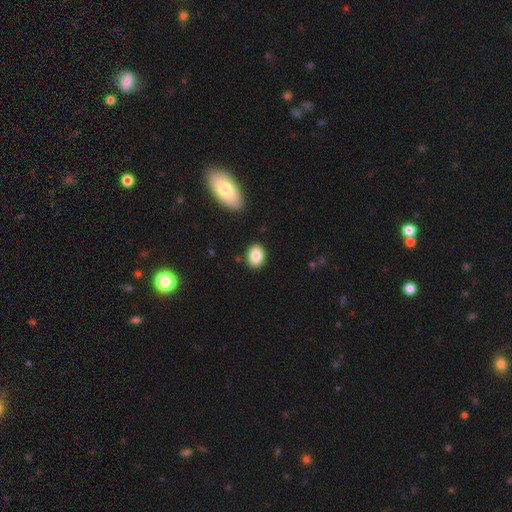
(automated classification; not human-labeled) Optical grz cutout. It shows a smooth galaxy with no disk features (85%) that is in between round and cigar-shaped (69%). Merging: none (87%).